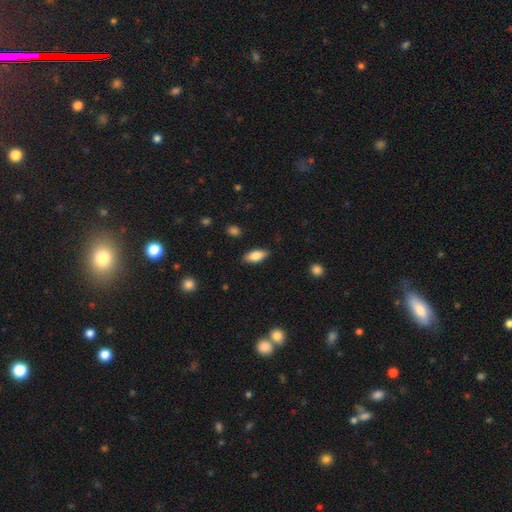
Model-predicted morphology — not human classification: This is clearly a smooth galaxy (80%). How rounded: clearly in between (85%). Merging: clearly none (85%).